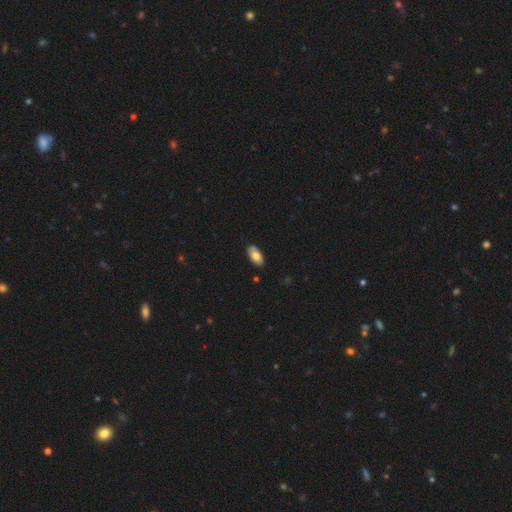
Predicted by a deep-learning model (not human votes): Morphology: type=smooth (77%); roundness=in between (93%); merging=none (84%).